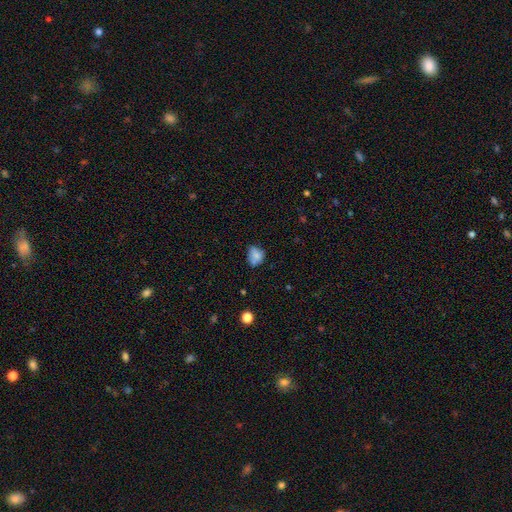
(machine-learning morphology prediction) A smooth galaxy with no disk features (72%) that is in between round and cigar-shaped (54%).

Vote fractions:
- Smooth or featured? smooth: 72% / featured or disk: 17% / star or artifact: 11%
- How rounded? in between: 54% / round: 45% / cigar-shaped: 1%
- Merging? none: 46% / minor disturbance: 30% / merger: 14% / major disturbance: 10%